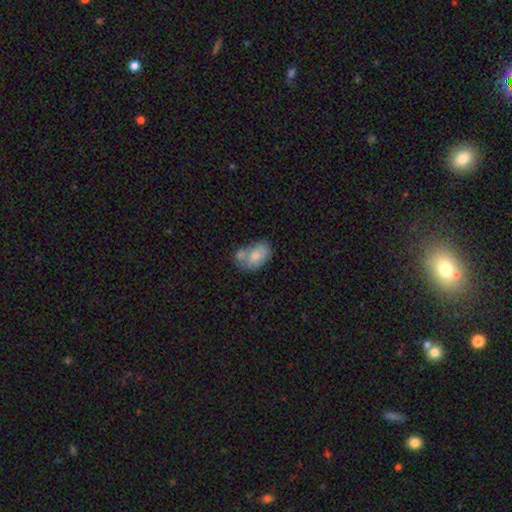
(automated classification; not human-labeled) smooth_or_featured: smooth (p=0.76) [alt: featured or disk p=0.18]
how_rounded: in between (p=0.89) [alt: round p=0.10]
merging: merger (p=0.41) [alt: none p=0.33]